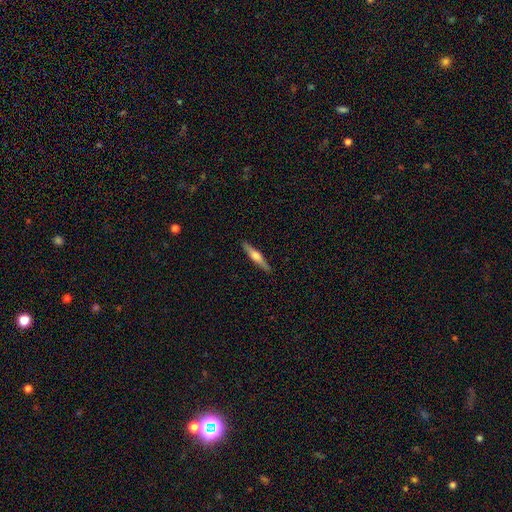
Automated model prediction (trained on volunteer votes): A featured or disk galaxy (55%) viewed edge-on (97%) with a rounded central bulge (85%).

Vote fractions:
- Smooth or featured? featured or disk: 55% / smooth: 40% / star or artifact: 5%
- Edge-on disk? yes: 97% / no: 3%
- Edge-on bulge? rounded: 85% / boxy: 8% / none: 6%
- Merging? none: 90% / minor disturbance: 7% / major disturbance: 2% / merger: 1%